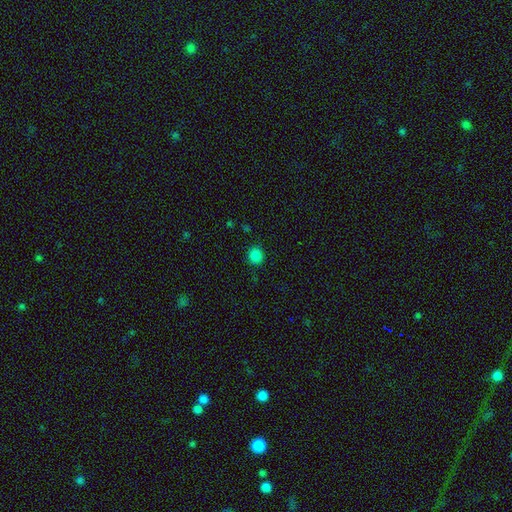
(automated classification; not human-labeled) Smooth or featured: smooth — 84% (star or artifact — 13%)
How rounded: round — 87% (in between — 12%)
Merging: none — 89% (minor disturbance — 8%)